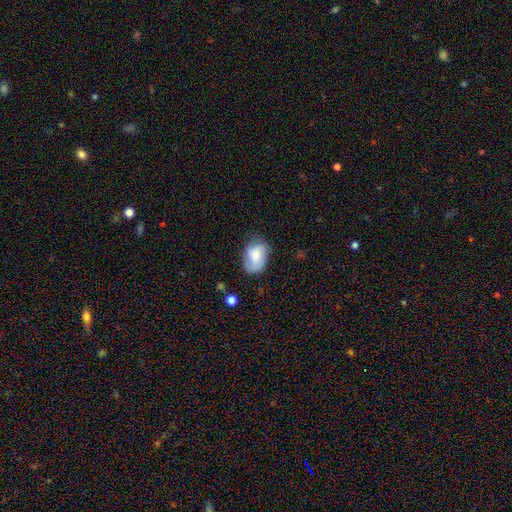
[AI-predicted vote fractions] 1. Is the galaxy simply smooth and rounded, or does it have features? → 61% smooth, 31% featured or disk, 8% star or artifact.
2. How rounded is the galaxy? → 78% in between, 21% round, 1% cigar-shaped.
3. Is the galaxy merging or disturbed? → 57% none, 29% minor disturbance, 11% major disturbance, 2% merger.